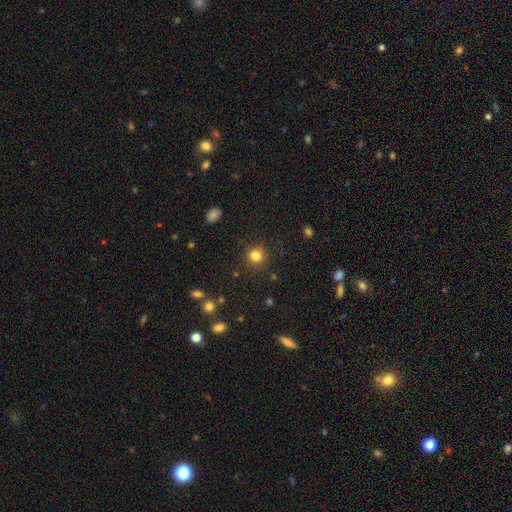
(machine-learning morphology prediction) The model was most divided on "smooth or featured": smooth: 83%, star or artifact: 13%, featured or disk: 5%. More confident: how rounded — round (86%); merging — none (86%).